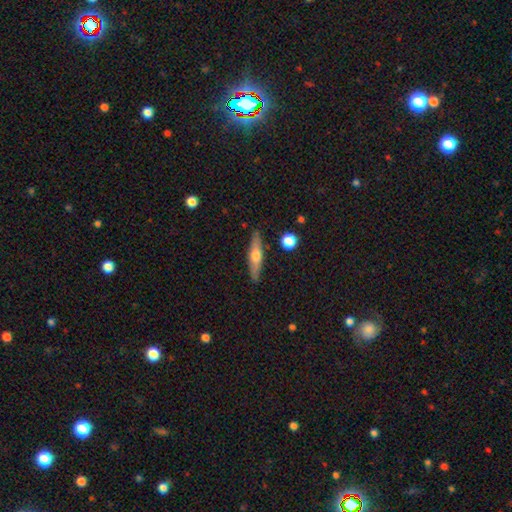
Morphology: type=featured or disk (58%); edge-on=yes (86%); edge-on bulge=rounded (94%); merging=none (91%).